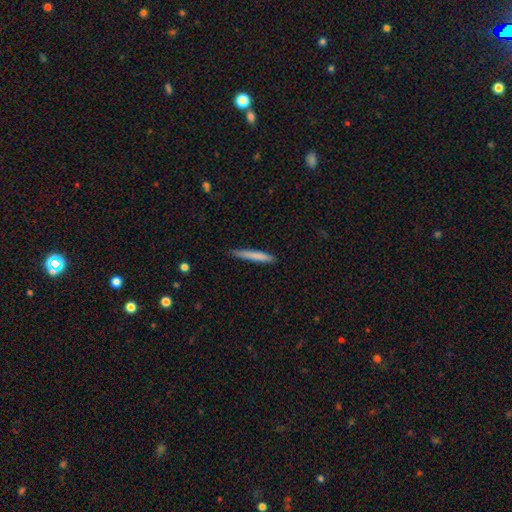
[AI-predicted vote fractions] Q: Smooth or featured?
A: smooth (77%); runner-up: featured or disk (17%)
Q: How rounded?
A: cigar-shaped (95%); runner-up: in between (4%)
Q: Merging?
A: none (83%); runner-up: minor disturbance (13%)